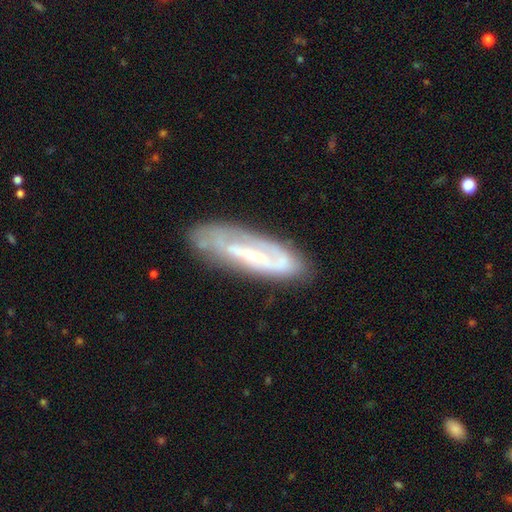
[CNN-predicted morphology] The model was most divided on "bar" (2-way tie): weak: 34%, no: 34%, strong: 32%. More confident: edge-on disk — no (76%); merging — none (71%); smooth or featured — featured or disk (68%); spiral arms — yes (68%); bulge size — small (55%).